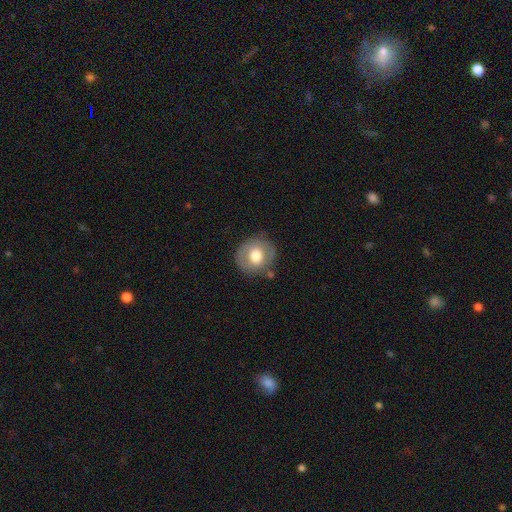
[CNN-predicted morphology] Q: Smooth or featured?
A: smooth (65%); runner-up: featured or disk (27%)
Q: How rounded?
A: round (88%); runner-up: in between (11%)
Q: Merging?
A: none (77%); runner-up: minor disturbance (14%)